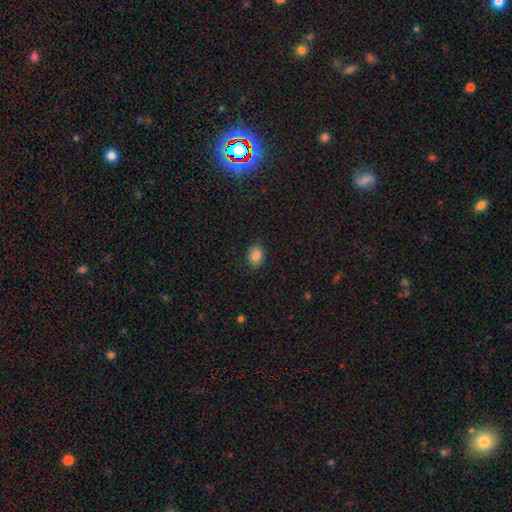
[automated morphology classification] Q: Smooth or featured?
A: smooth (85%); runner-up: star or artifact (9%)
Q: How rounded?
A: in between (73%); runner-up: round (26%)
Q: Merging?
A: none (84%); runner-up: minor disturbance (12%)